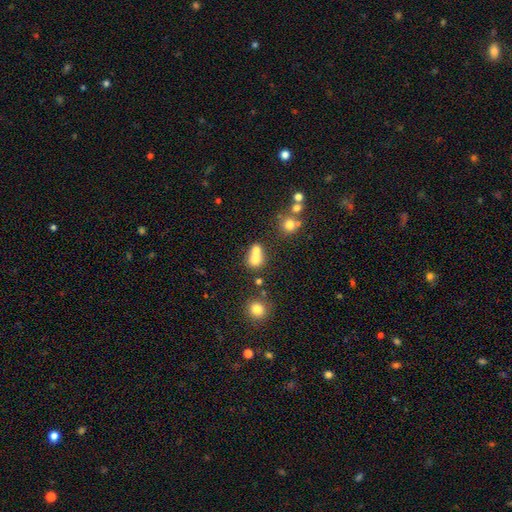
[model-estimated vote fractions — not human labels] Overall: smooth (68%). How rounded: in between (55%; round 38%). Merging: merger (52%; none 31%).